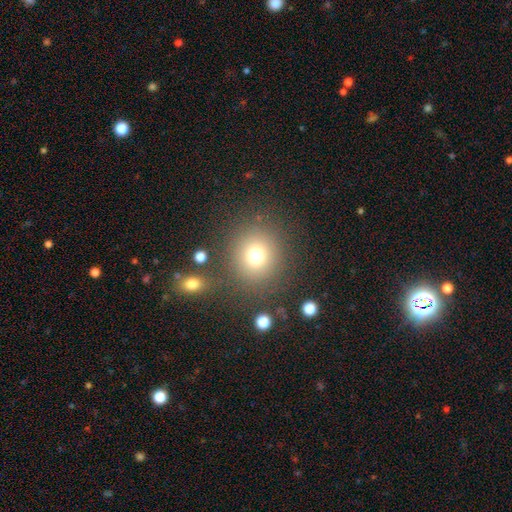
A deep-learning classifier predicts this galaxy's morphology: Q: Smooth or featured?
A: smooth (74%); runner-up: star or artifact (16%)
Q: How rounded?
A: round (87%); runner-up: in between (12%)
Q: Merging?
A: none (82%); runner-up: minor disturbance (8%)